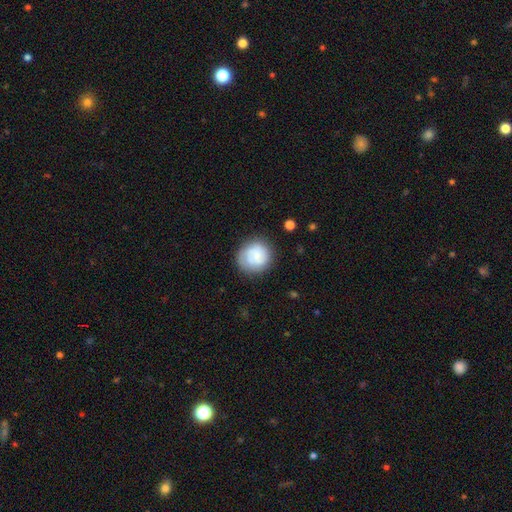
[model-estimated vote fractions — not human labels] Smooth or featured? Predicted: smooth (p=0.64). How rounded? Predicted: round (p=0.89). Merging? Predicted: none (p=0.75).